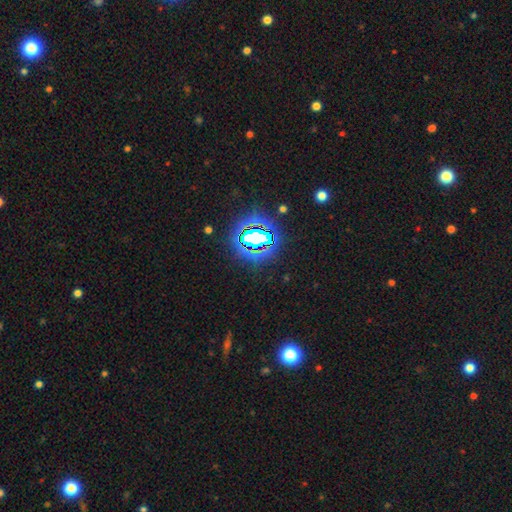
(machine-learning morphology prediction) The model was most divided on "smooth or featured": star or artifact: 84%, smooth: 9%, featured or disk: 7%.